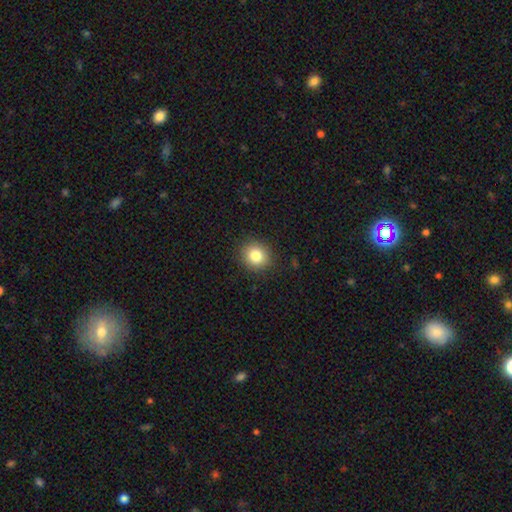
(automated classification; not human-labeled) Smooth or featured?
  - smooth: 83% *
  - star or artifact: 10%
  - featured or disk: 7%
How rounded?
  - round: 86% *
  - in between: 13%
  - cigar-shaped: 1%
Merging?
  - none: 90% *
  - minor disturbance: 7%
  - major disturbance: 2%
  - merger: 1%